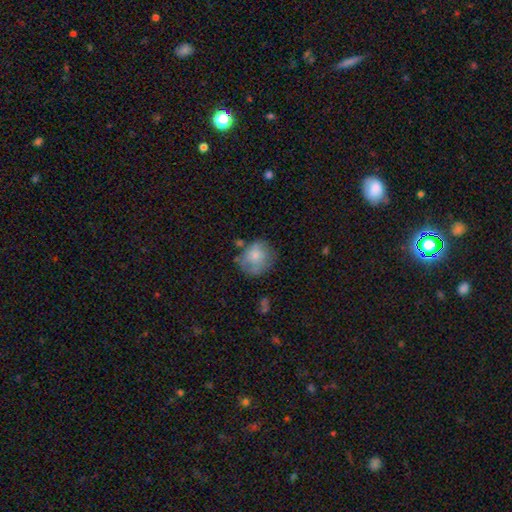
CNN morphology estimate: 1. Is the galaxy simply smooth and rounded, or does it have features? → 71% smooth, 22% featured or disk, 8% star or artifact.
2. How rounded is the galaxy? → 74% round, 25% in between, 1% cigar-shaped.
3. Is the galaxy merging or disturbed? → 57% none, 27% minor disturbance, 10% major disturbance, 6% merger.